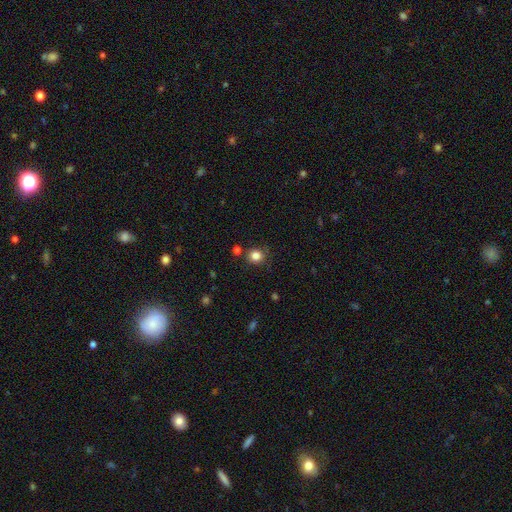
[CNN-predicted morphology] Smooth or featured?
  - smooth: 83% *
  - star or artifact: 12%
  - featured or disk: 5%
How rounded?
  - round: 87% *
  - in between: 12%
  - cigar-shaped: 1%
Merging?
  - none: 80% *
  - minor disturbance: 11%
  - merger: 6%
  - major disturbance: 3%